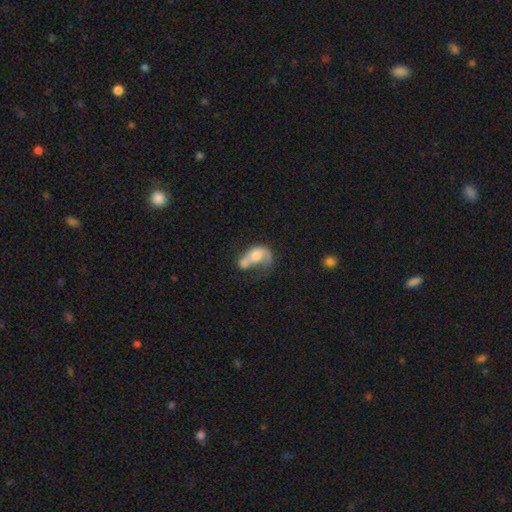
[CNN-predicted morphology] Q: Smooth or featured?
A: smooth (48%); runner-up: featured or disk (43%)
Q: Merging?
A: merger (47%); runner-up: major disturbance (26%)